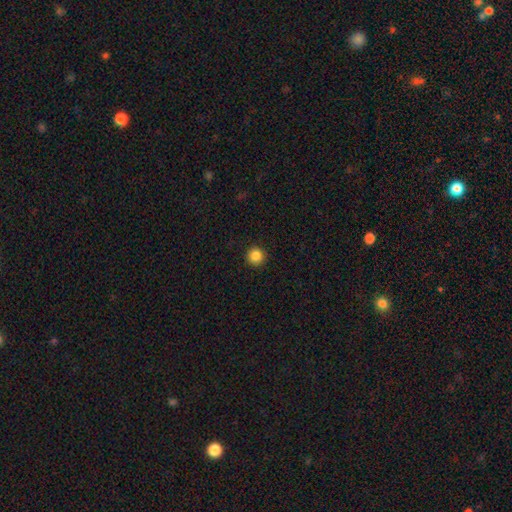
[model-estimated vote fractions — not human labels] smooth_or_featured: smooth (p=0.86) [alt: star or artifact p=0.10]
how_rounded: round (p=0.96) [alt: in between p=0.03]
merging: none (p=0.93) [alt: minor disturbance p=0.04]